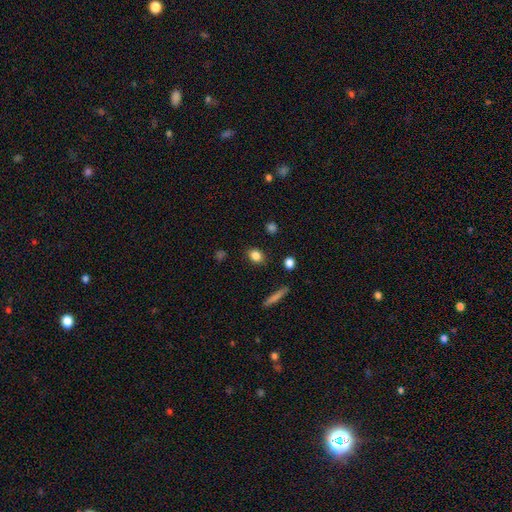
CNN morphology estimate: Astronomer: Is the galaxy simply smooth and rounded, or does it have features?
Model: smooth — 84%.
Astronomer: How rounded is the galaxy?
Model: in between — 52% (runner-up: round, 44%).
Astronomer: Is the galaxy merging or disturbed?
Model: none — 88%.